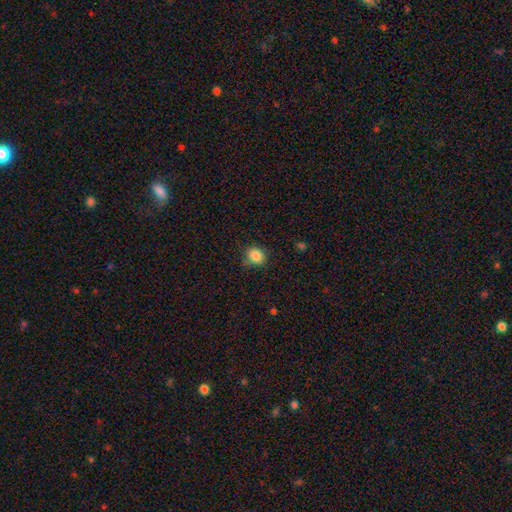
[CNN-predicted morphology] type=smooth (86%); roundness=round (69%); merging=none (77%).